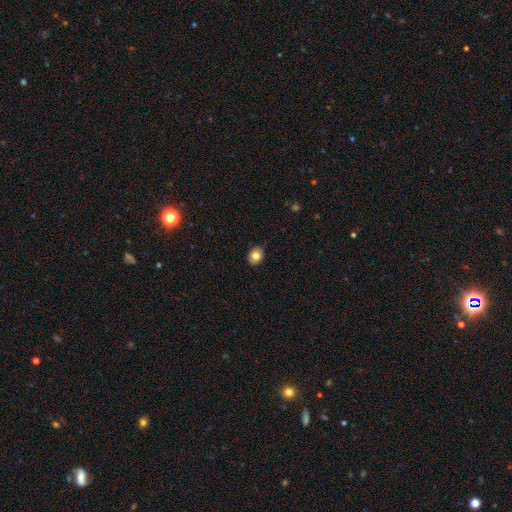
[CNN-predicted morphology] Smooth or featured: smooth — 82% (star or artifact — 10%)
How rounded: round — 56% (in between — 43%)
Merging: none — 88% (minor disturbance — 10%)